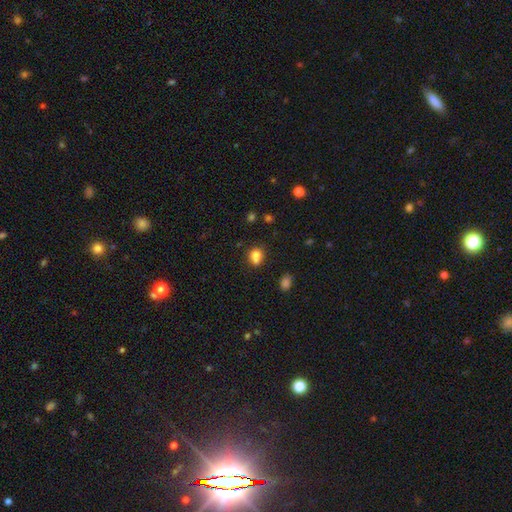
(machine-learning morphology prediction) type=smooth (76%); roundness=round (64%); merging=none (44%).